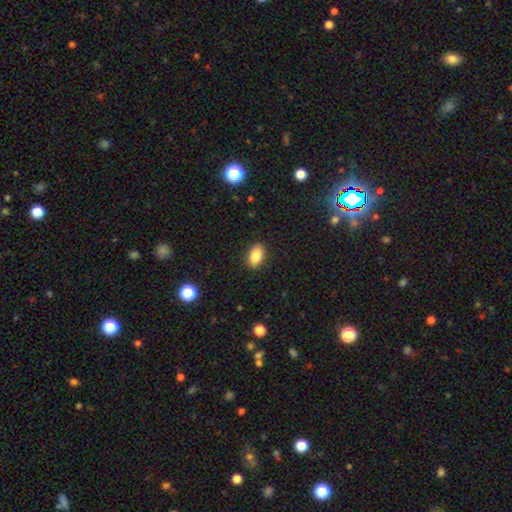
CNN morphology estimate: The model was most divided on "smooth or featured": smooth: 86%, star or artifact: 8%, featured or disk: 6%. More confident: how rounded — in between (91%); merging — none (89%).